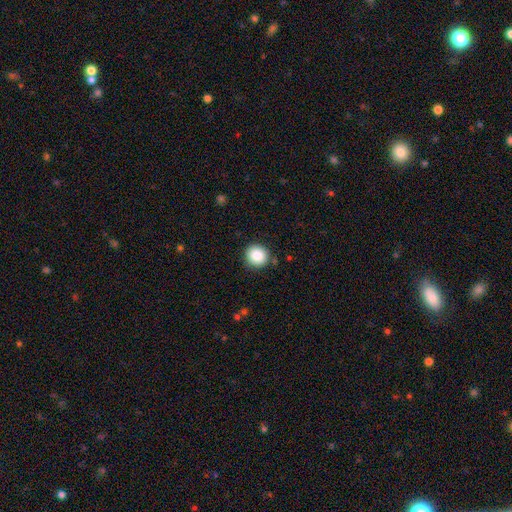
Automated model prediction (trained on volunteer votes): This appears to be a smooth galaxy with no disk features (85%) that is round (93%). Merging: none (88%).